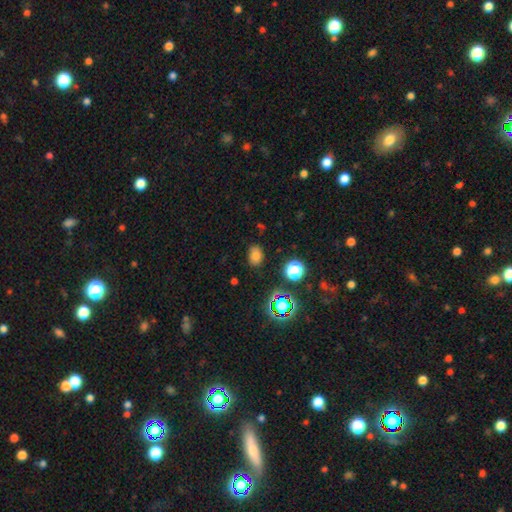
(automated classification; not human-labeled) Smooth or featured?
  - smooth: 73% *
  - star or artifact: 20%
  - featured or disk: 7%
How rounded?
  - in between: 65% *
  - round: 33%
  - cigar-shaped: 1%
Merging?
  - none: 79% *
  - minor disturbance: 15%
  - major disturbance: 4%
  - merger: 2%